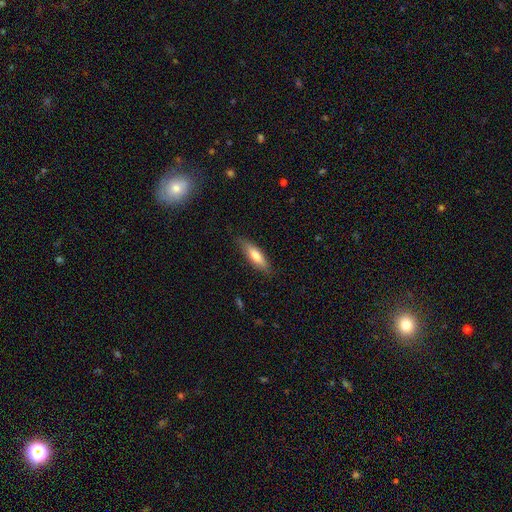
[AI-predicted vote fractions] This is likely a smooth galaxy (70%). How rounded: possibly cigar-shaped (54%). Merging: clearly none (81%).